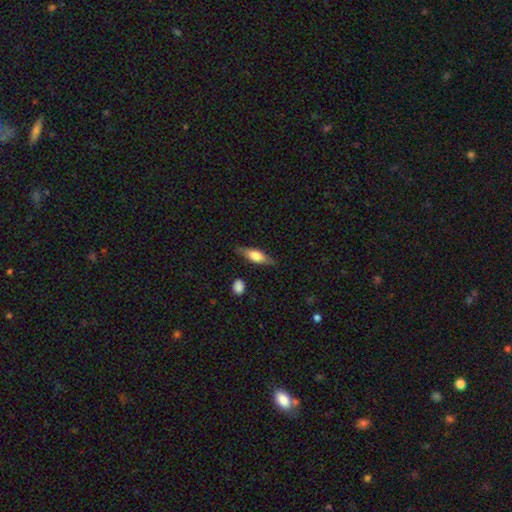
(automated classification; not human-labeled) smooth 47%, featured or disk 46%, star or artifact 7%. Down the decision tree: merging — none (78%).